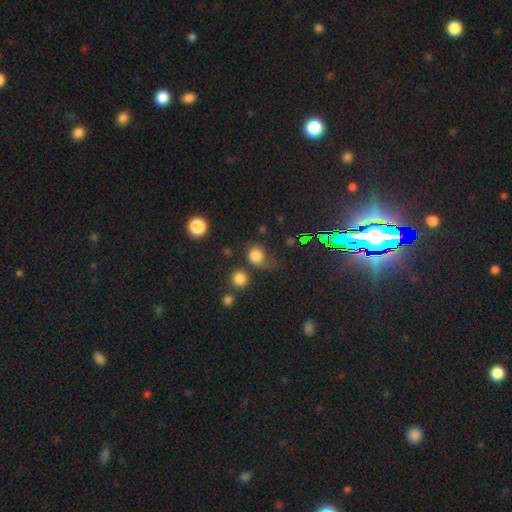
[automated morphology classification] Smooth or featured? smooth (78%)
How rounded? round (78%)
Merging? none (51%)